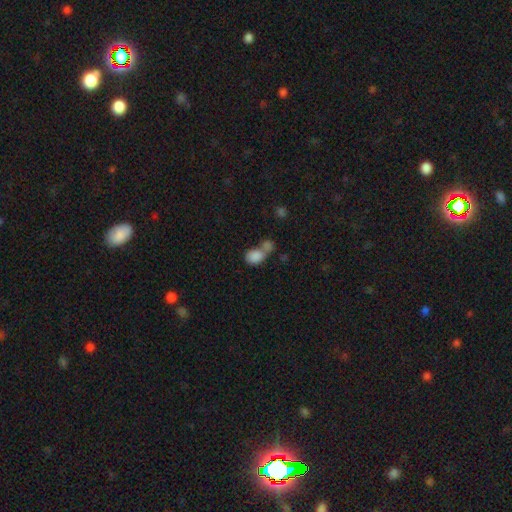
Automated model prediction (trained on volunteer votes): This is clearly a smooth galaxy (84%). How rounded: likely in between (65%). Merging: likely merger (62%).